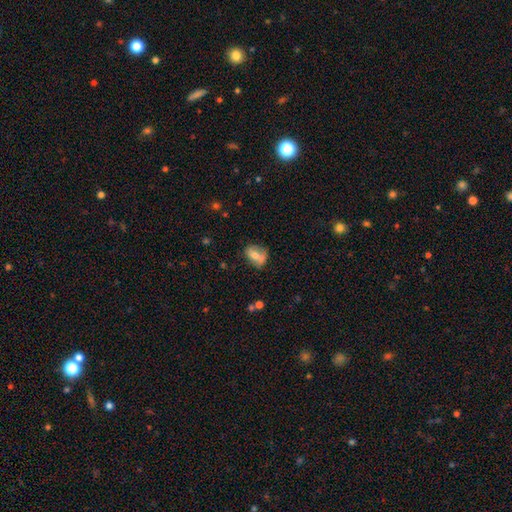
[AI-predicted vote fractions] A smooth galaxy with no disk features (63%) that is in between round and cigar-shaped (75%). Merging: none (47%).